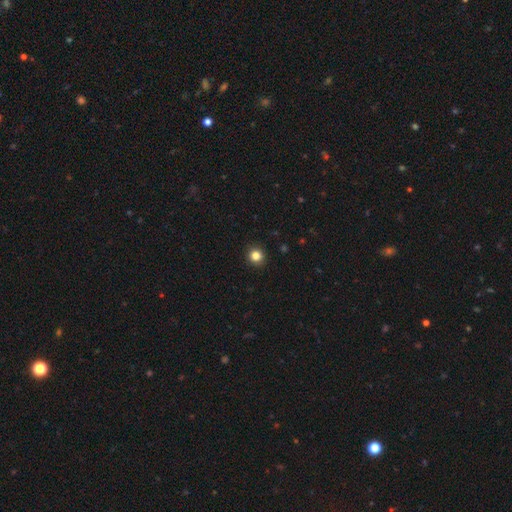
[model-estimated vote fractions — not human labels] The model was most divided on "smooth or featured": smooth: 84%, star or artifact: 12%, featured or disk: 4%. More confident: how rounded — round (93%); merging — none (93%).